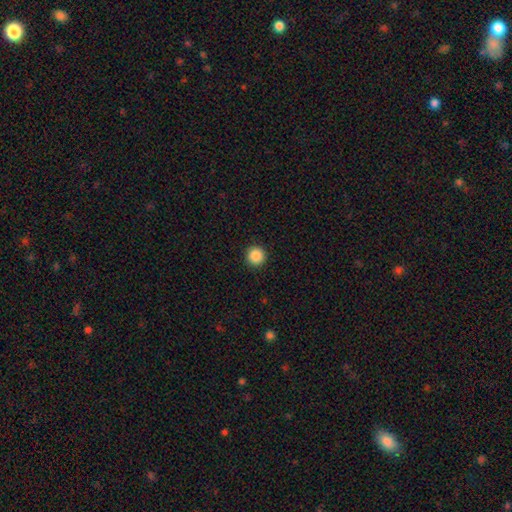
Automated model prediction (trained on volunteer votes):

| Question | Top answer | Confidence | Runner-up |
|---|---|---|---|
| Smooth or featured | smooth | 88% | star or artifact (9%) |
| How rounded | round | 96% | in between (3%) |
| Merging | none | 93% | minor disturbance (4%) |